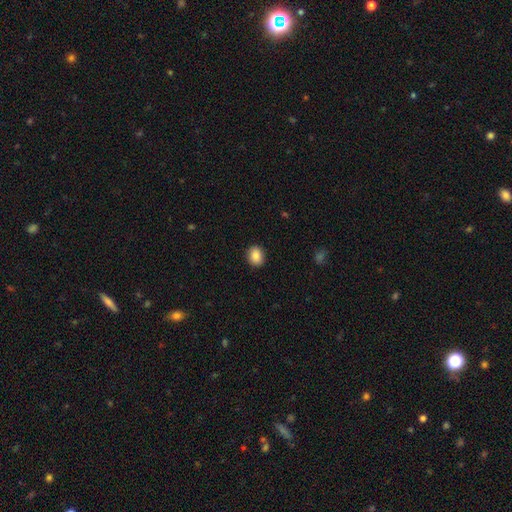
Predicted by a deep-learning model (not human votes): smooth 88%, star or artifact 8%, featured or disk 4%. Down the decision tree: how rounded — round (57%); merging — none (90%).